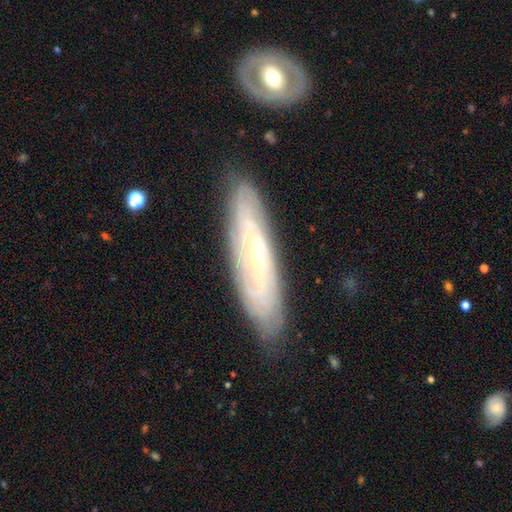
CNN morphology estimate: A featured or disk galaxy (74%) with no bar (76%), spiral arms (81%) and a small central bulge (76%).

Vote fractions:
- Smooth or featured? featured or disk: 74% / smooth: 19% / star or artifact: 7%
- Edge-on disk? no: 73% / yes: 27%
- Bar? no: 76% / weak: 19% / strong: 6%
- Spiral arms? yes: 81% / no: 19%
- Bulge size? small: 76% / moderate: 21% / large: 1% / none: 1% / dominant: 1%
- Merging? none: 81% / minor disturbance: 14% / major disturbance: 3% / merger: 2%